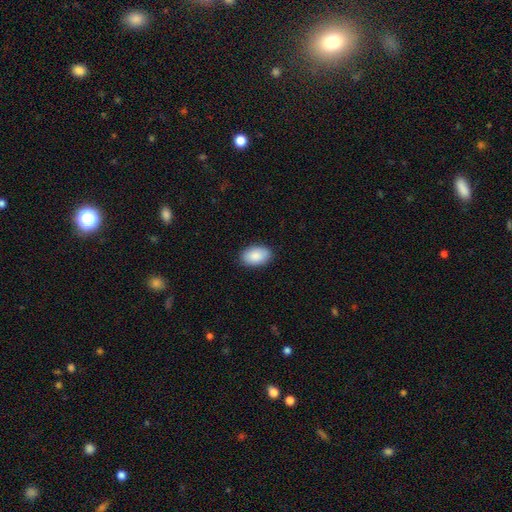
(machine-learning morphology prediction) Smooth or featured: smooth — 89% (star or artifact — 6%)
How rounded: in between — 92% (round — 7%)
Merging: none — 88% (minor disturbance — 9%)